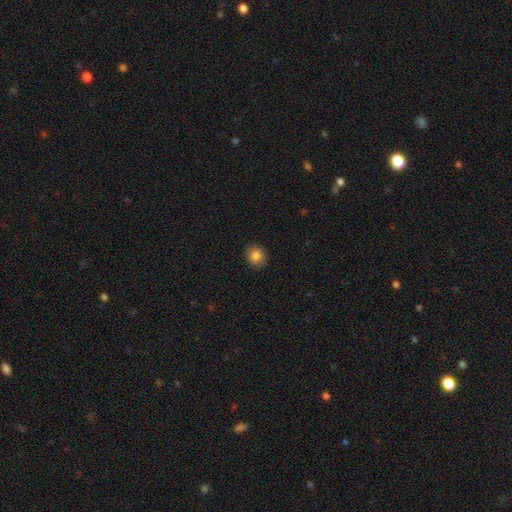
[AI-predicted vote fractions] Smooth or featured: smooth — 84% (star or artifact — 10%)
How rounded: round — 69% (in between — 30%)
Merging: none — 87% (minor disturbance — 9%)